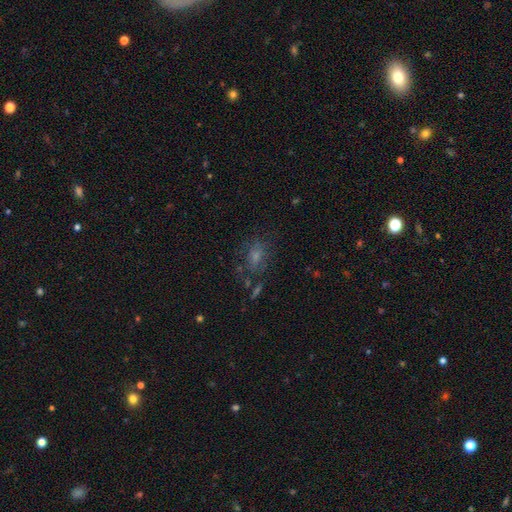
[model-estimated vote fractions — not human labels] Overall: smooth (40%; star or artifact 32%). Merging: none (64%).